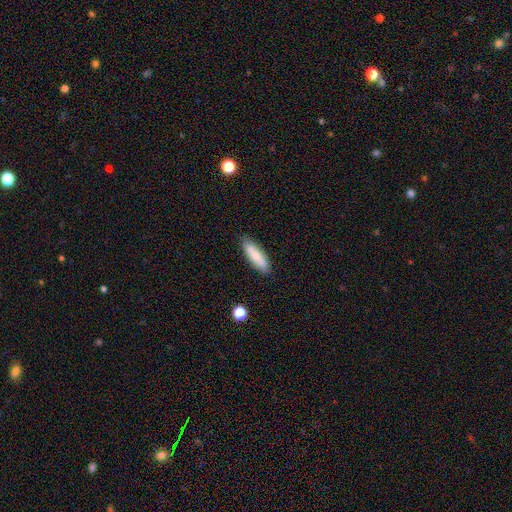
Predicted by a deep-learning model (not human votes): smooth_or_featured: smooth (p=0.69) [alt: featured or disk p=0.25]
how_rounded: in between (p=0.52) [alt: cigar-shaped p=0.46]
merging: none (p=0.85) [alt: minor disturbance p=0.12]